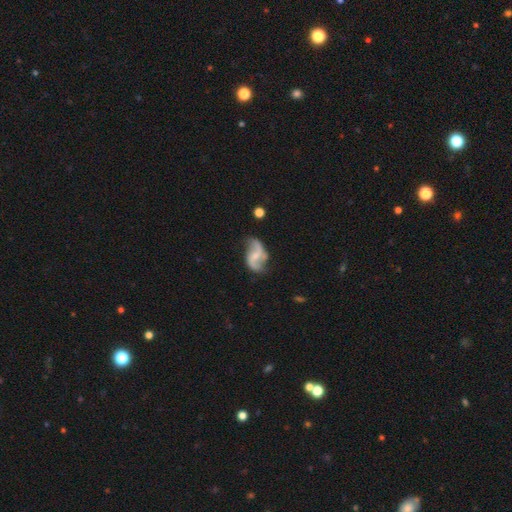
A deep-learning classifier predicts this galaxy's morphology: smooth_or_featured: featured or disk (p=0.83) [alt: smooth p=0.11]
disk_edge_on: no (p=0.97) [alt: yes p=0.03]
bar: weak (p=0.45) [alt: no p=0.37]
has_spiral_arms: yes (p=0.94) [alt: no p=0.06]
spiral_winding: loose (p=0.78) [alt: medium p=0.18]
spiral_arm_count: 2 (p=0.92) [alt: can't tell p=0.03]
bulge_size: small (p=0.55) [alt: moderate p=0.24]
merging: none (p=0.68) [alt: minor disturbance p=0.20]